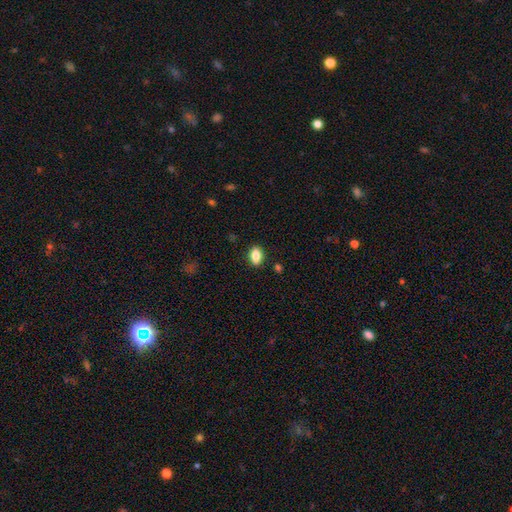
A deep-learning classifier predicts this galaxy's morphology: Smooth or featured? smooth (84%)
How rounded? in between (84%)
Merging? none (87%)